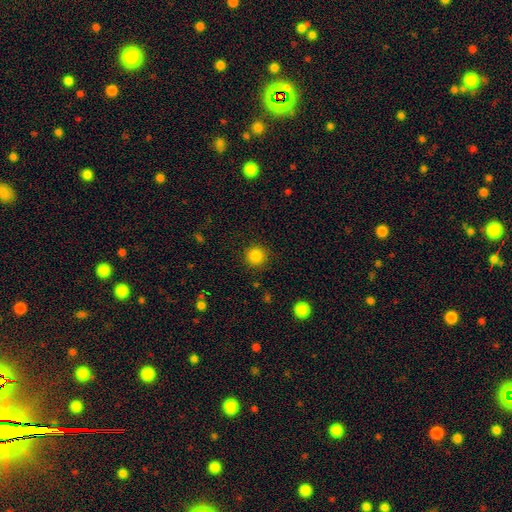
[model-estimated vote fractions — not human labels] Overall: smooth (85%). How rounded: round (94%). Merging: none (90%).